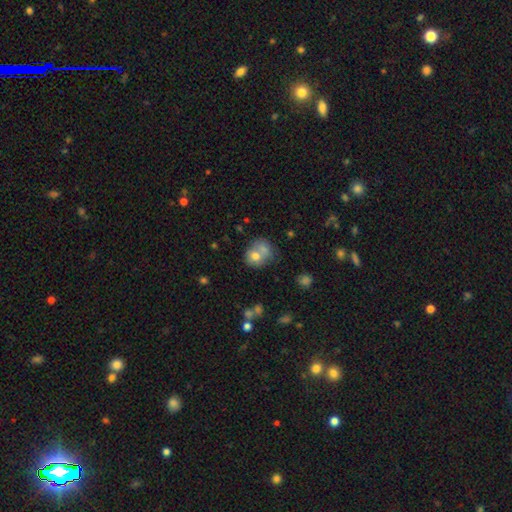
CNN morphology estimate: smooth_or_featured: smooth (p=0.69) [alt: featured or disk p=0.21]
how_rounded: round (p=0.65) [alt: in between p=0.34]
merging: merger (p=0.54) [alt: none p=0.30]